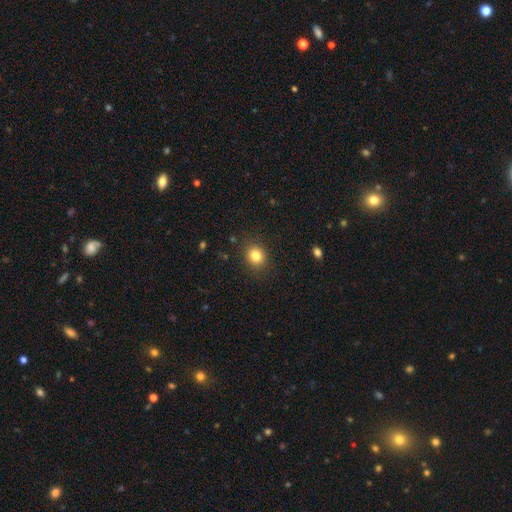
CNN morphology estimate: This appears to be a smooth galaxy with no disk features (83%) that is round (70%). Merging: none (88%).